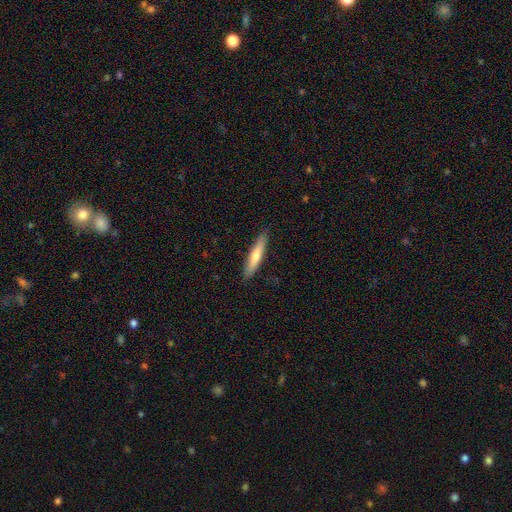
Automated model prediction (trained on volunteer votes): A smooth galaxy with no disk features (62%) that is cigar-shaped (89%).

Vote fractions:
- Smooth or featured? smooth: 62% / featured or disk: 32% / star or artifact: 6%
- How rounded? cigar-shaped: 89% / in between: 10% / round: 1%
- Merging? none: 90% / minor disturbance: 8% / major disturbance: 2% / merger: 1%